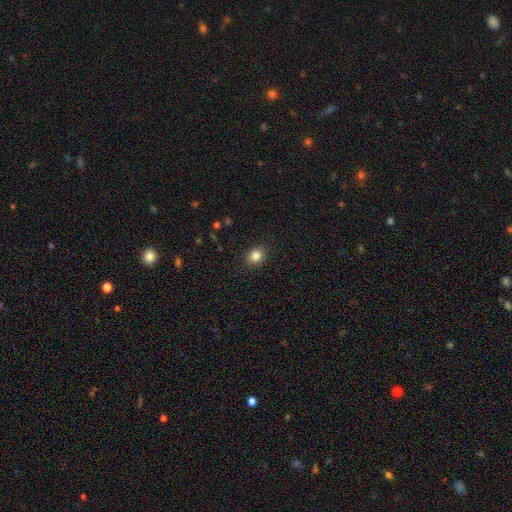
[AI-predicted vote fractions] Smooth or featured? Predicted: smooth (p=0.84). How rounded? Predicted: round (p=0.61). Merging? Predicted: none (p=0.89).